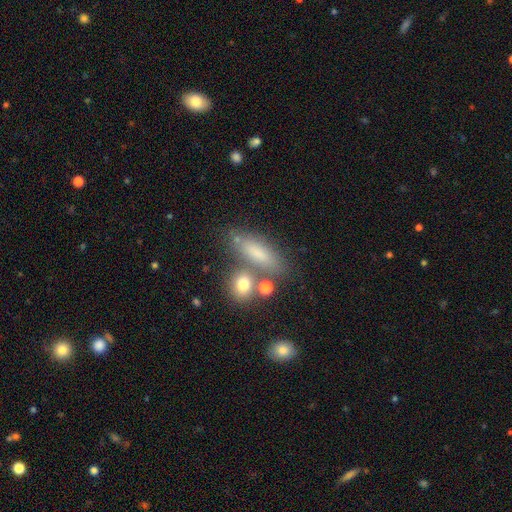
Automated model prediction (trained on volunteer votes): Smooth or featured: smooth — 61% (featured or disk — 24%)
How rounded: cigar-shaped — 49% (in between — 46%)
Merging: none — 60% (merger — 18%)